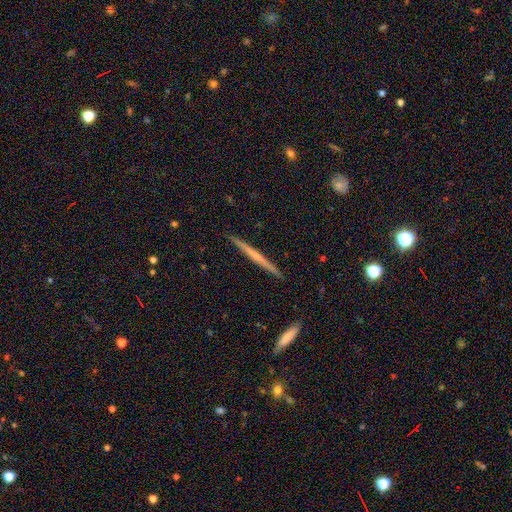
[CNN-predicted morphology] type=featured or disk (65%); edge-on=yes (98%); edge-on bulge=none (53%); merging=none (92%).